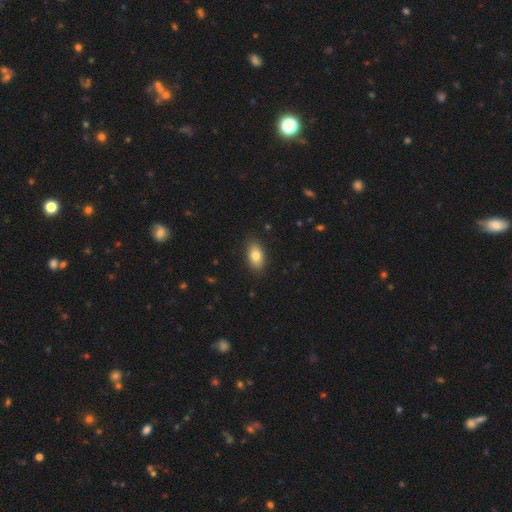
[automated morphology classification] smooth_or_featured: smooth (p=0.81) [alt: featured or disk p=0.11]
how_rounded: in between (p=0.91) [alt: round p=0.06]
merging: none (p=0.87) [alt: minor disturbance p=0.09]